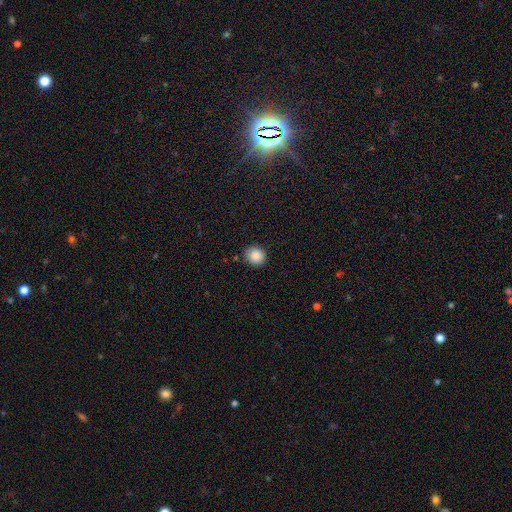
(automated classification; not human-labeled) smooth 88%, star or artifact 9%, featured or disk 3%. Down the decision tree: how rounded — round (85%); merging — none (88%).